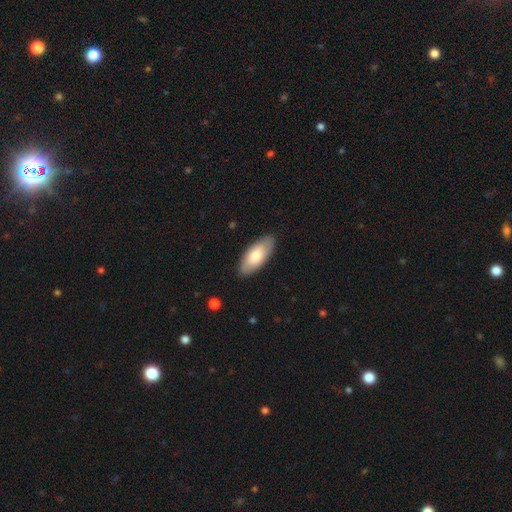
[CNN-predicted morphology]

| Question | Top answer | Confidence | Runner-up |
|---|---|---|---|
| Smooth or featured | smooth | 76% | featured or disk (19%) |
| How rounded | in between | 87% | cigar-shaped (11%) |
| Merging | none | 87% | minor disturbance (10%) |